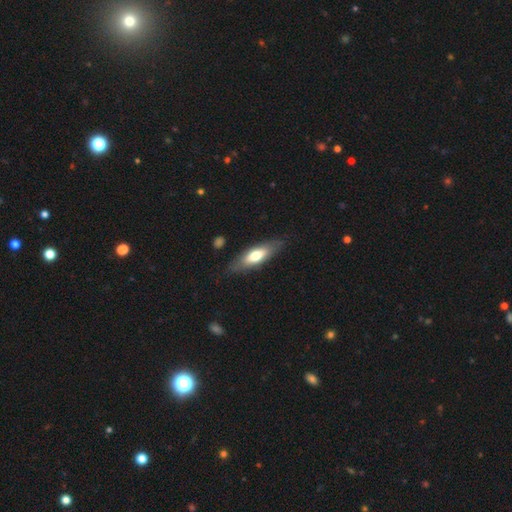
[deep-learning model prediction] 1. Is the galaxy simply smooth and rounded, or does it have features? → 59% smooth, 35% featured or disk, 6% star or artifact.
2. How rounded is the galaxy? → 55% in between, 43% cigar-shaped, 2% round.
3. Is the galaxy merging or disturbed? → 81% none, 14% minor disturbance, 3% major disturbance, 2% merger.